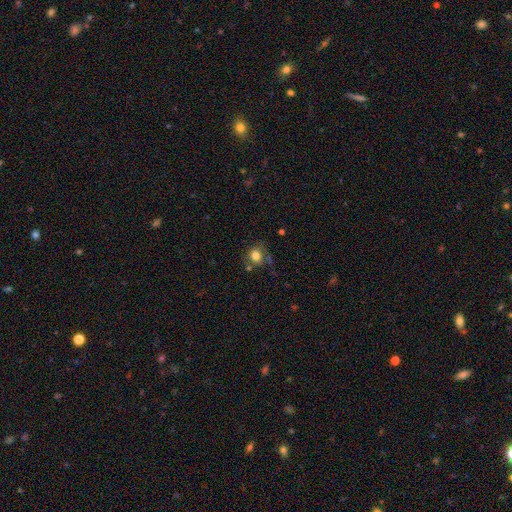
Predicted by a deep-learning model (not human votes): Smooth or featured: smooth — 78% (featured or disk — 12%)
How rounded: round — 69% (in between — 30%)
Merging: none — 58% (minor disturbance — 22%)